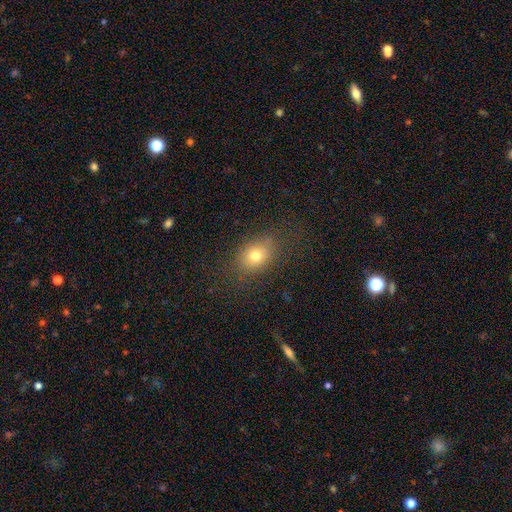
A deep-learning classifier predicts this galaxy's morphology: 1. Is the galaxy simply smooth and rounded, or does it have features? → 74% smooth, 14% star or artifact, 13% featured or disk.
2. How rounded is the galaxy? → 62% in between, 36% round, 2% cigar-shaped.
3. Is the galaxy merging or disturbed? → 78% none, 14% minor disturbance, 7% major disturbance, 1% merger.